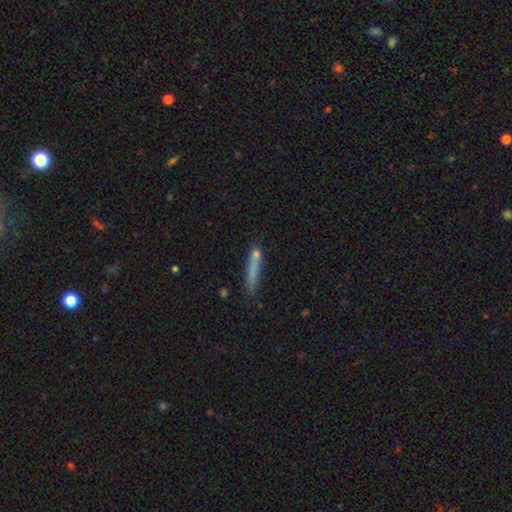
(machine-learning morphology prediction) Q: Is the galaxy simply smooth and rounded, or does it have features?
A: smooth — 69%.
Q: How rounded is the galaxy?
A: cigar-shaped — 92%.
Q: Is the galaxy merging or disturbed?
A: none — 70%.